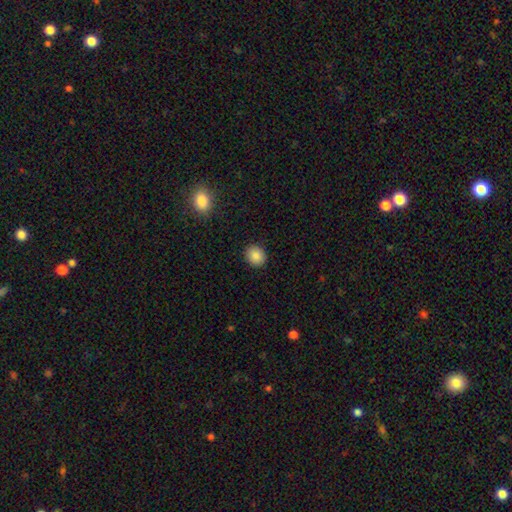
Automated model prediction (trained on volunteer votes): Smooth or featured? Predicted: smooth (p=0.86). How rounded? Predicted: round (p=0.79). Merging? Predicted: none (p=0.91).